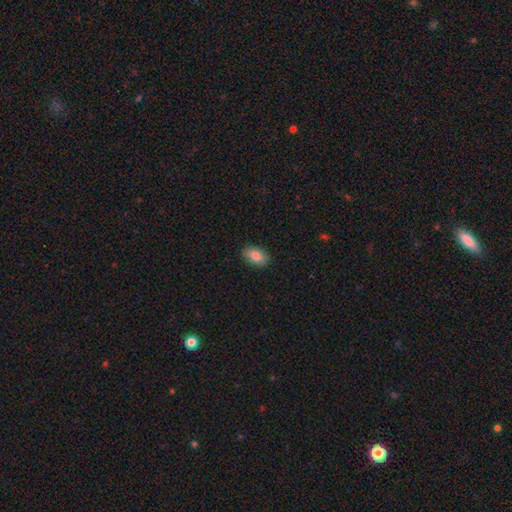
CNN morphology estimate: Overall: smooth (85%). How rounded: in between (91%). Merging: none (88%).